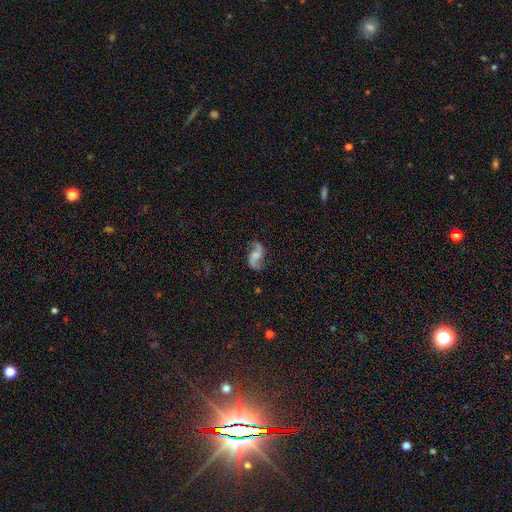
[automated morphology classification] A featured or disk galaxy (81%) with no bar (53%), 2 (93%) loose (75%) spiral arms (95%) and a moderate central bulge (33%). Merging: none (76%).